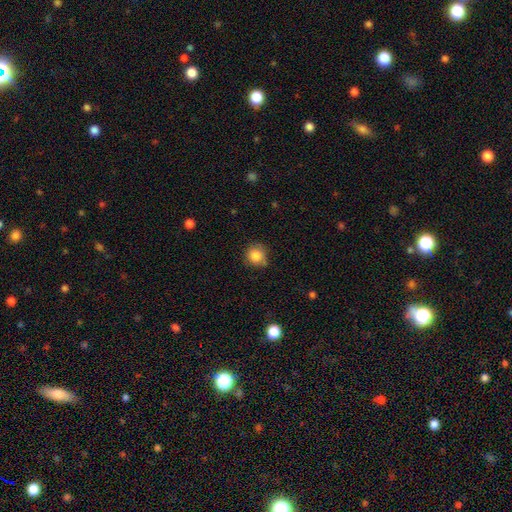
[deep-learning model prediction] Smooth or featured? Predicted: smooth (p=0.85). How rounded? Predicted: round (p=0.88). Merging? Predicted: none (p=0.69).